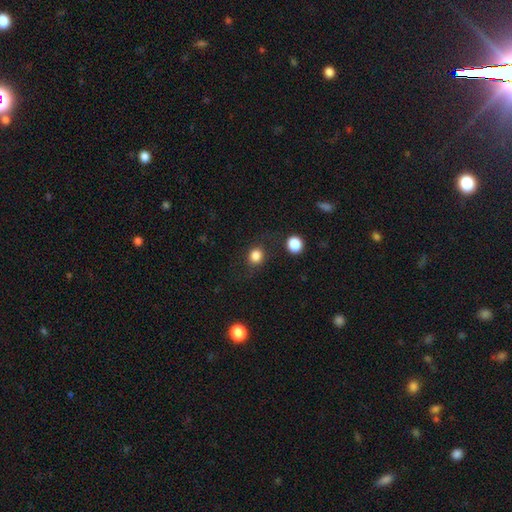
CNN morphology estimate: smooth 83%, star or artifact 11%, featured or disk 5%. Down the decision tree: how rounded — round (77%); merging — none (78%).